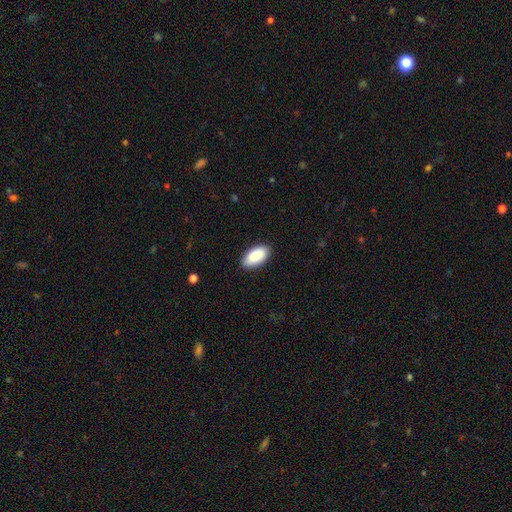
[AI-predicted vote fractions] Smooth or featured? smooth (90%)
How rounded? in between (95%)
Merging? none (89%)